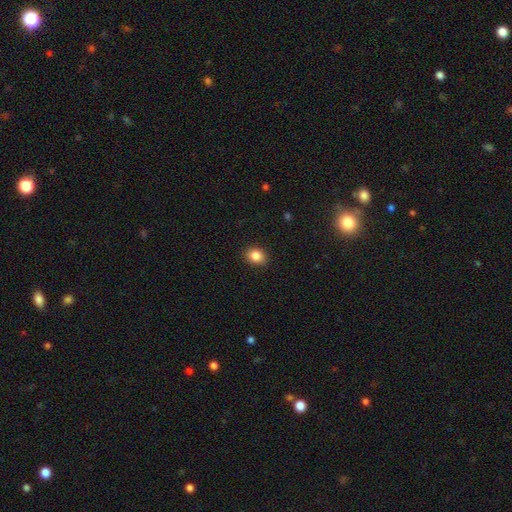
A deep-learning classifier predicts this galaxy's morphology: Smooth or featured?
  - smooth: 86% *
  - star or artifact: 9%
  - featured or disk: 5%
How rounded?
  - in between: 55% *
  - round: 44%
  - cigar-shaped: 1%
Merging?
  - none: 89% *
  - minor disturbance: 8%
  - major disturbance: 2%
  - merger: 1%